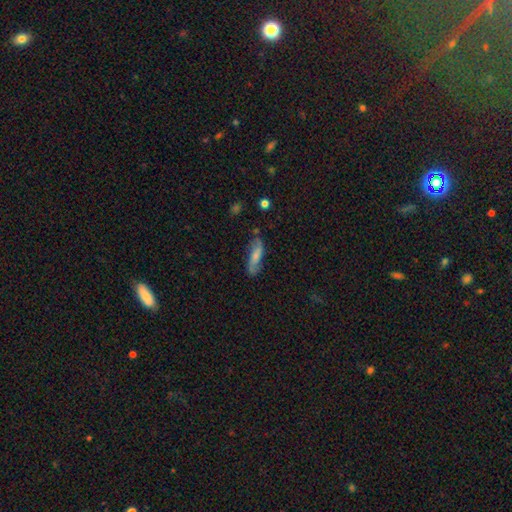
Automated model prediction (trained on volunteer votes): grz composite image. It shows a smooth galaxy with no disk features (56%) that is cigar-shaped (55%). Merging: none (69%).